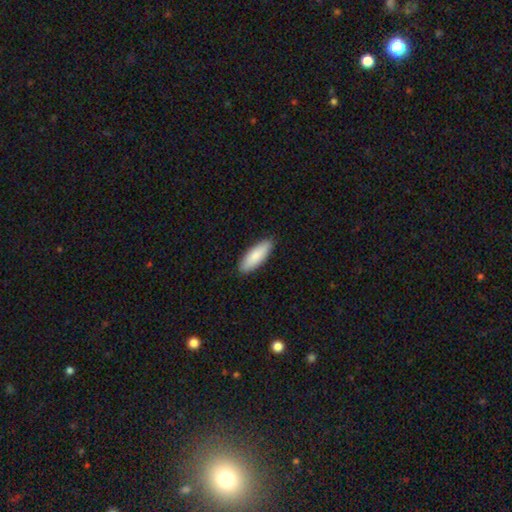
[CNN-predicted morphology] The model was most divided on "how rounded": in between: 63%, cigar-shaped: 35%, round: 2%. More confident: merging — none (89%); smooth or featured — smooth (86%).